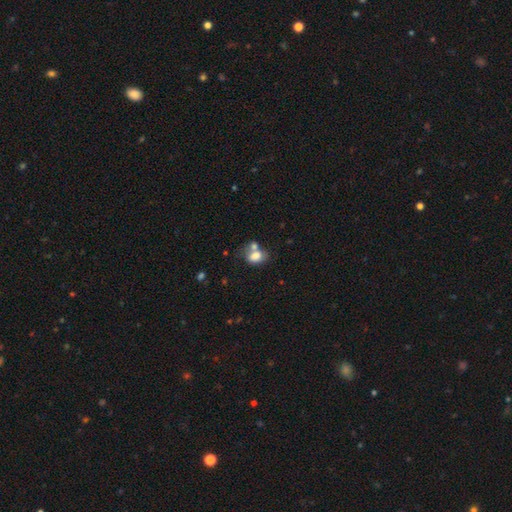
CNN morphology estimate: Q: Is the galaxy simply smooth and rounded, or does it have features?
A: smooth — 76%.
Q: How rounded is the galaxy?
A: in between — 76%.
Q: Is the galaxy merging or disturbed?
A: merger — 44%.